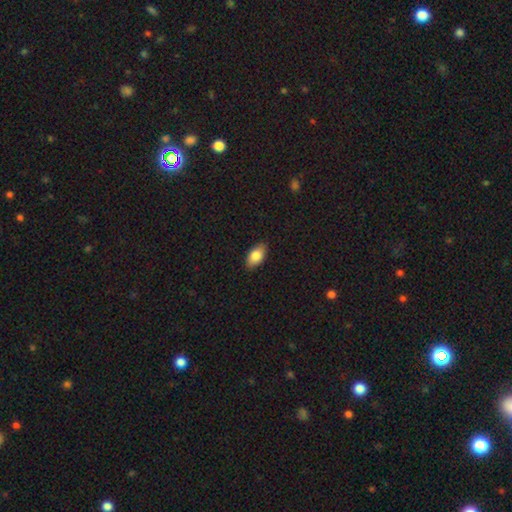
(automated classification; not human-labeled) The model was most divided on "smooth or featured": smooth: 83%, featured or disk: 10%, star or artifact: 7%. More confident: how rounded — in between (92%); merging — none (87%).